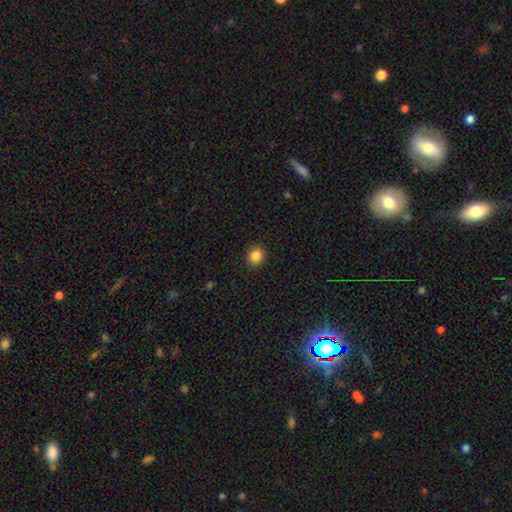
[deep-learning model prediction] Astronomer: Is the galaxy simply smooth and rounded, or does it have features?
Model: smooth — 86%.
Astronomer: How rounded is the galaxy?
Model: round — 79%.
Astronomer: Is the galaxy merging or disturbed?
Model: none — 91%.